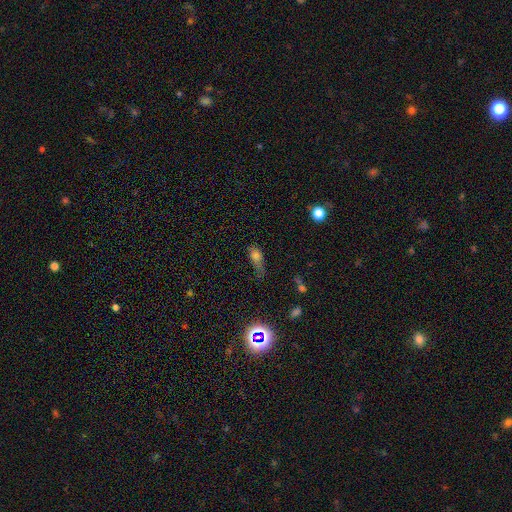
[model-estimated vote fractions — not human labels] A smooth galaxy with no disk features (68%) that is in between round and cigar-shaped (69%).

Vote fractions:
- Smooth or featured? smooth: 68% / star or artifact: 17% / featured or disk: 14%
- How rounded? in between: 69% / cigar-shaped: 17% / round: 14%
- Merging? minor disturbance: 34% / none: 31% / major disturbance: 28% / merger: 7%